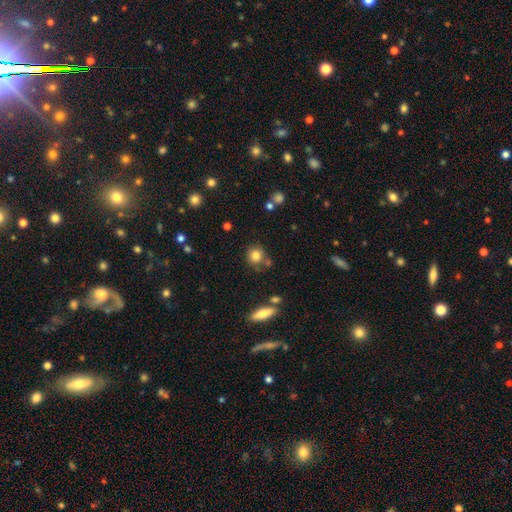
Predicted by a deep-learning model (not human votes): Smooth or featured?
  - smooth: 81% *
  - star or artifact: 10%
  - featured or disk: 9%
How rounded?
  - round: 83% *
  - in between: 16%
  - cigar-shaped: 1%
Merging?
  - none: 73% *
  - minor disturbance: 13%
  - merger: 11%
  - major disturbance: 4%